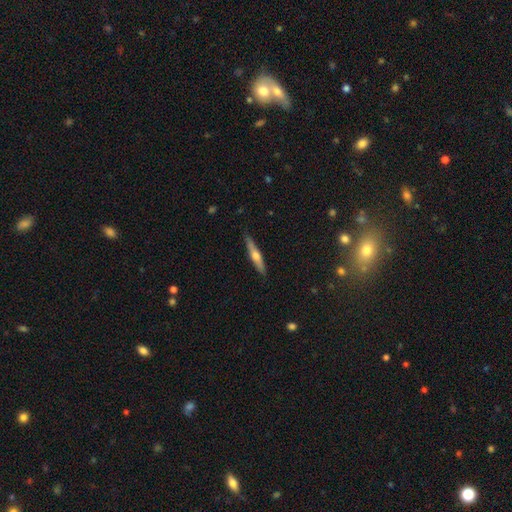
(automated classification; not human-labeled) Q: Smooth or featured?
A: featured or disk (52%); runner-up: smooth (43%)
Q: Edge-on disk?
A: yes (94%); runner-up: no (6%)
Q: Merging?
A: none (89%); runner-up: minor disturbance (9%)